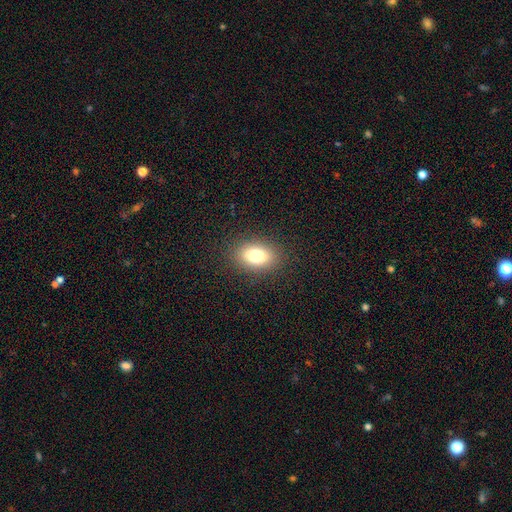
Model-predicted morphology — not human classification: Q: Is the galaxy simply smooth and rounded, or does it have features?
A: smooth — 79%.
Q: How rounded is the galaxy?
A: in between — 85%.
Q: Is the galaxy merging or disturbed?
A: none — 87%.